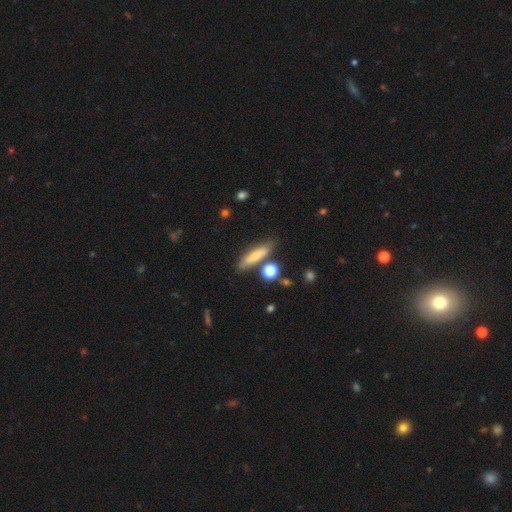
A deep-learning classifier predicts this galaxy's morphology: smooth 66%, featured or disk 26%, star or artifact 8%. Down the decision tree: how rounded — cigar-shaped (63%); merging — none (73%).